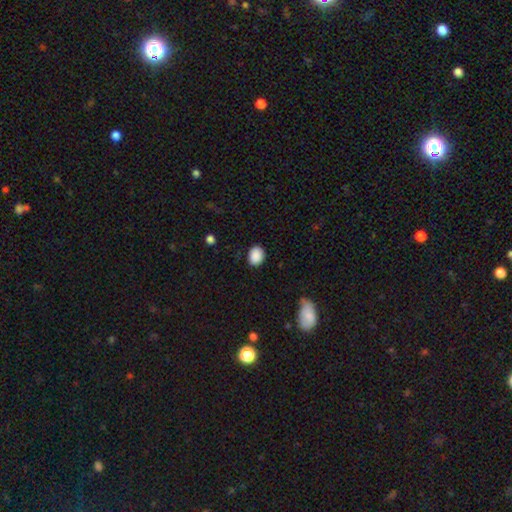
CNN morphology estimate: Smooth or featured? Predicted: smooth (p=0.89). How rounded? Predicted: in between (p=0.53). Merging? Predicted: none (p=0.84).